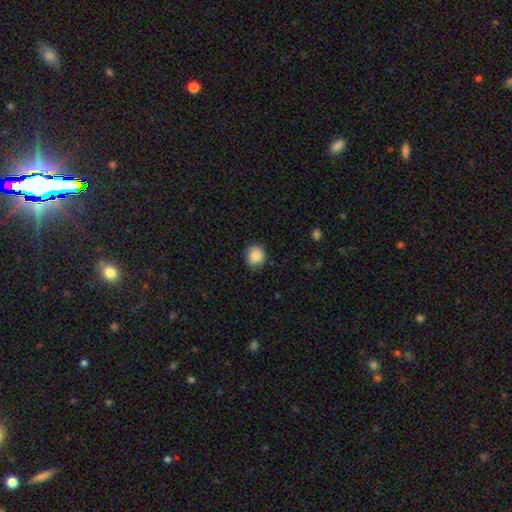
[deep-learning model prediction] This appears to be a smooth galaxy with no disk features (87%) that is round (88%). Merging: none (84%).